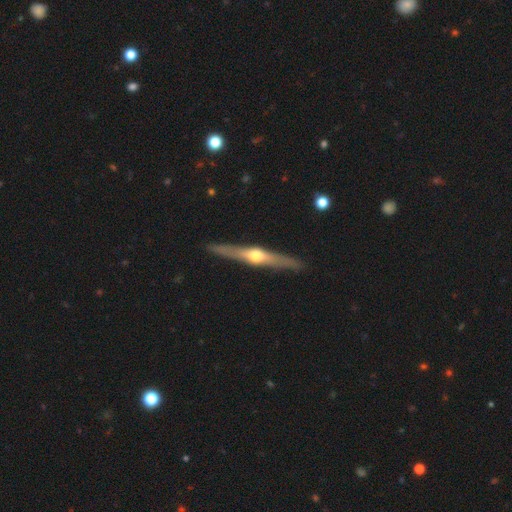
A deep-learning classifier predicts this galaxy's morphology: Q: Smooth or featured?
A: featured or disk (75%); runner-up: smooth (20%)
Q: Edge-on disk?
A: yes (97%); runner-up: no (3%)
Q: Edge-on bulge?
A: rounded (94%); runner-up: none (3%)
Q: Merging?
A: none (90%); runner-up: minor disturbance (7%)